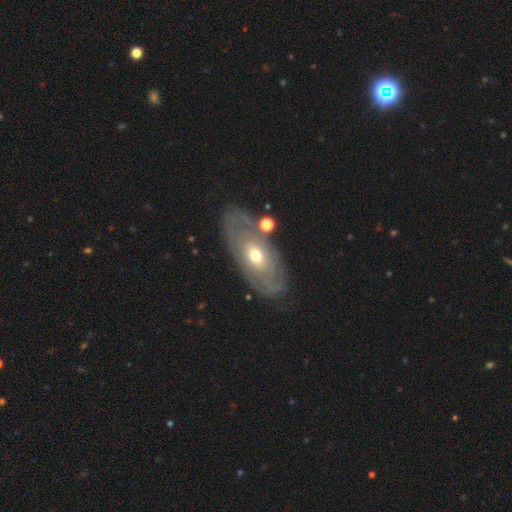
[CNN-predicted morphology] The model was most divided on "spiral arms": yes: 63%, no: 37%. More confident: edge-on disk — no (89%); bar — no (82%); smooth or featured — featured or disk (71%); merging — none (70%); bulge size — moderate (62%).